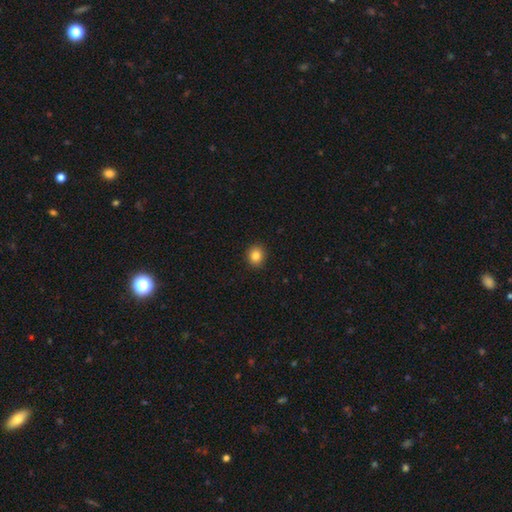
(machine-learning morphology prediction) Smooth or featured?
  - smooth: 85% *
  - star or artifact: 10%
  - featured or disk: 5%
How rounded?
  - round: 78% *
  - in between: 21%
  - cigar-shaped: 1%
Merging?
  - none: 91% *
  - minor disturbance: 6%
  - major disturbance: 2%
  - merger: 1%